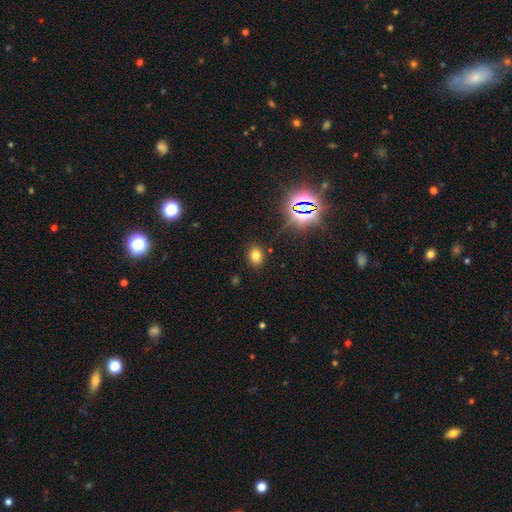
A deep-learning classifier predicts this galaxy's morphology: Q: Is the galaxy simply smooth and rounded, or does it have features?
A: smooth — 72%.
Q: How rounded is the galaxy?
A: in between — 65%.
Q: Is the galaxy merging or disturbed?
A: none — 86%.